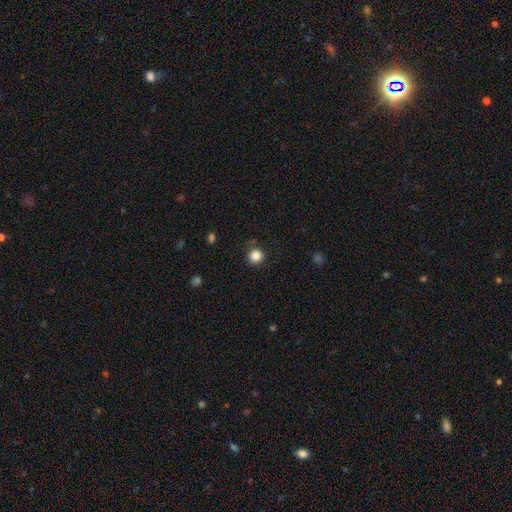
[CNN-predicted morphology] A smooth galaxy with no disk features (85%) that is round (94%). Merging: none (88%).